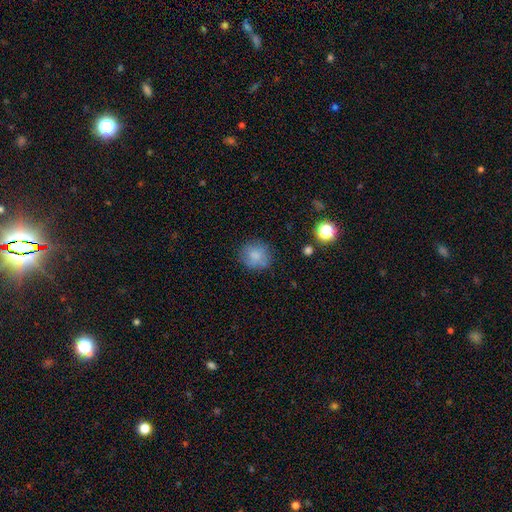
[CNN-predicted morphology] Smooth or featured? smooth (79%)
How rounded? round (87%)
Merging? none (76%)